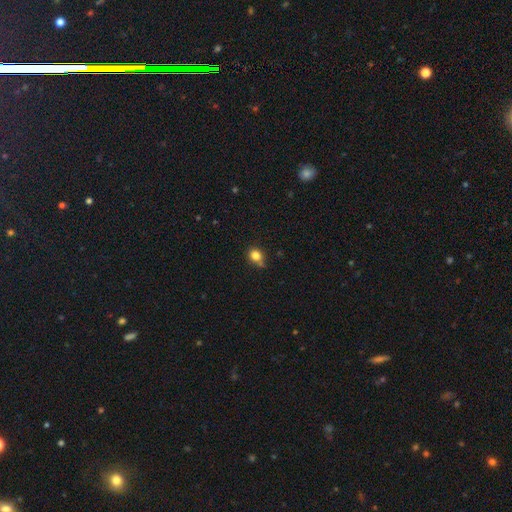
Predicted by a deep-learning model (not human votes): This appears to be a smooth galaxy with no disk features (82%) that is round (64%). Merging: none (63%).